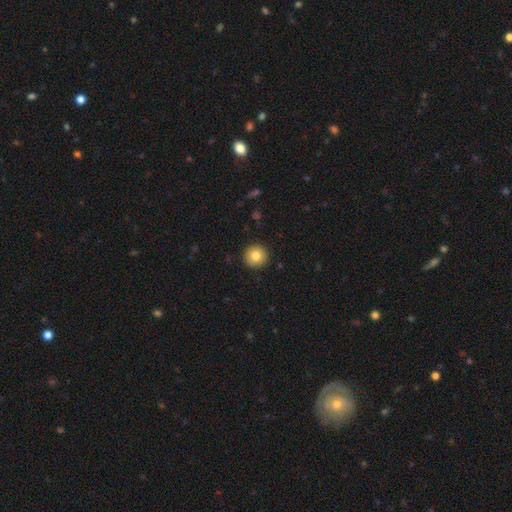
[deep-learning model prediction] Overall: smooth (82%). How rounded: round (95%). Merging: none (92%).